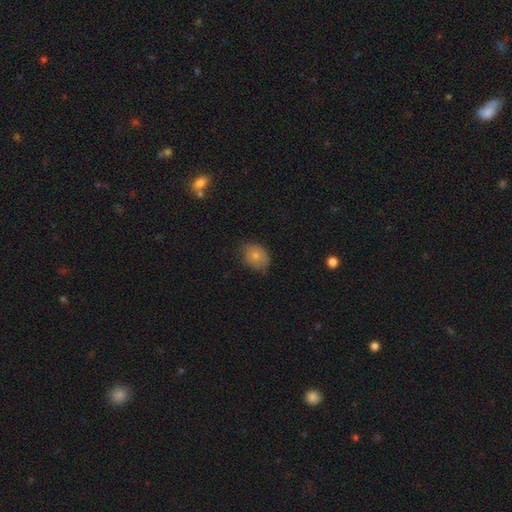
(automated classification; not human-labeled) smooth 76%, featured or disk 16%, star or artifact 9%. Down the decision tree: how rounded — in between (58%); merging — none (65%).